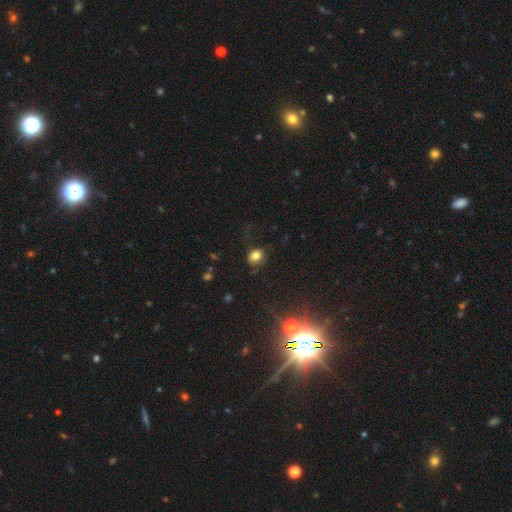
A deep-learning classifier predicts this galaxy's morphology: smooth-or-featured: smooth: 79% | star or artifact: 13% | featured or disk: 8%
  how-rounded: round: 65% | in between: 33% | cigar-shaped: 1%
  merging: none: 66% | minor disturbance: 21% | major disturbance: 11% | merger: 2%